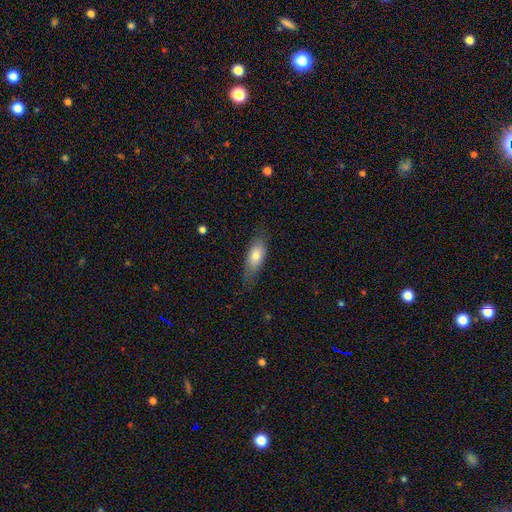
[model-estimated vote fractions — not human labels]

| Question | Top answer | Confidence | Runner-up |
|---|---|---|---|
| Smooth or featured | smooth | 72% | featured or disk (22%) |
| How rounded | in between | 79% | cigar-shaped (18%) |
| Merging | none | 67% | minor disturbance (25%) |